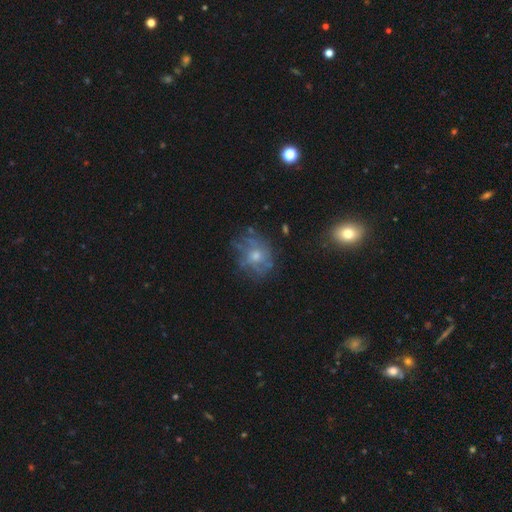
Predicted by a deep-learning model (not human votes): Smooth or featured?
  - featured or disk: 55% *
  - smooth: 30%
  - star or artifact: 16%
Edge-on disk?
  - no: 96% *
  - yes: 4%
Bar?
  - no: 84% *
  - weak: 14%
  - strong: 2%
Spiral arms?
  - yes: 61% *
  - no: 39%
Bulge size?
  - moderate: 52% *
  - small: 40%
  - large: 4%
  - none: 3%
  - dominant: 1%
Merging?
  - none: 67% *
  - minor disturbance: 19%
  - major disturbance: 11%
  - merger: 2%